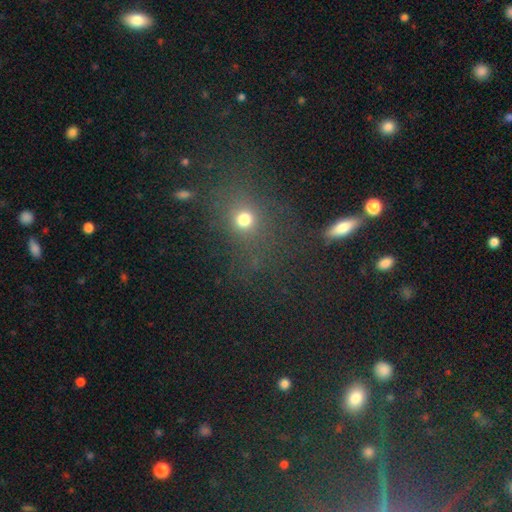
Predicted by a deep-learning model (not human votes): This is possibly a star or artifact rather than a galaxy (47%).